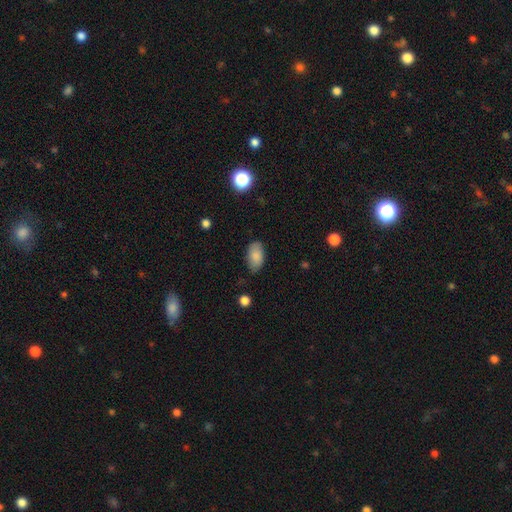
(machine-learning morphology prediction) Smooth or featured? smooth (85%)
How rounded? in between (93%)
Merging? none (73%)